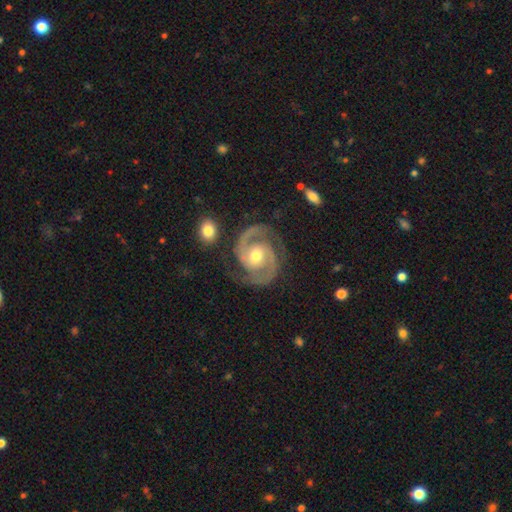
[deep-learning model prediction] smooth-or-featured: featured or disk: 93% | star or artifact: 4% | smooth: 3%
  disk-edge-on: no: 98% | yes: 2%
    bar: no: 52% | weak: 35% | strong: 13%
    has-spiral-arms: yes: 98% | no: 2%
      spiral-winding: medium: 53% | tight: 39% | loose: 8%
      spiral-arm-count: 2: 94% | 3: 2% | can't tell: 2% | 1: 1% | 4: 1% | more than 4: 1%
    bulge-size: moderate: 73% | small: 21% | large: 4% | none: 1% | dominant: 1%
  merging: none: 78% | minor disturbance: 14% | major disturbance: 6% | merger: 2%